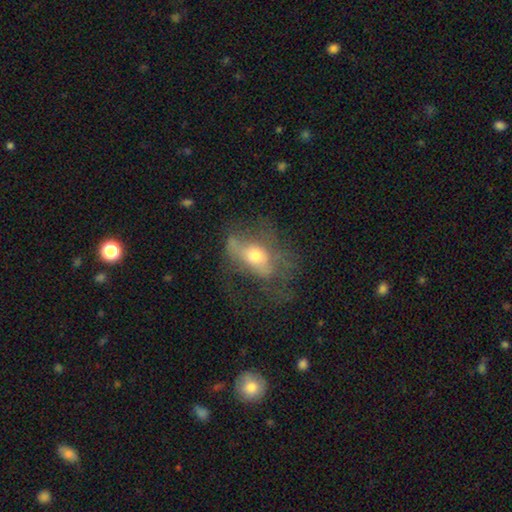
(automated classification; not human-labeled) featured or disk 47%, smooth 43%, star or artifact 10%. Down the decision tree: merging — major disturbance (42%).